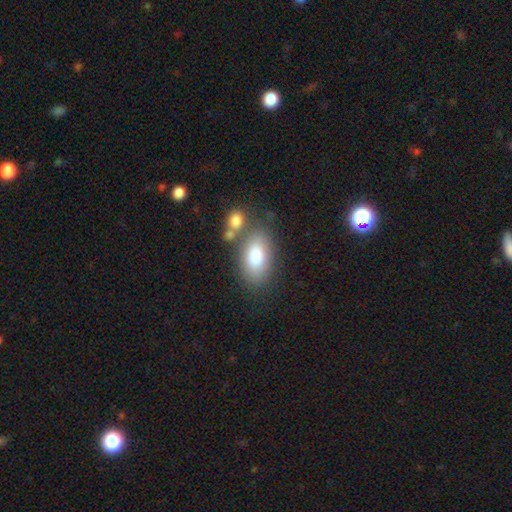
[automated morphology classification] Overall: smooth (83%). How rounded: in between (92%). Merging: none (64%).